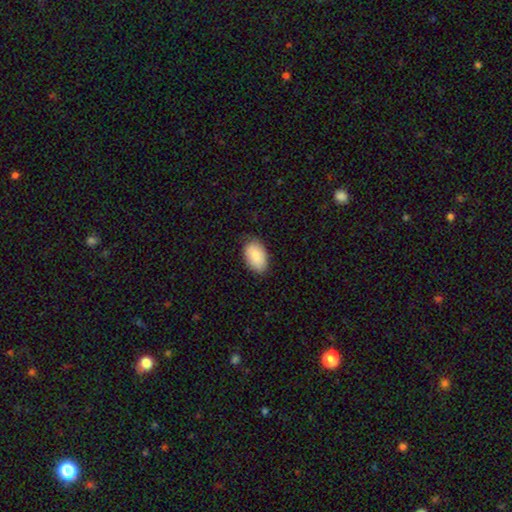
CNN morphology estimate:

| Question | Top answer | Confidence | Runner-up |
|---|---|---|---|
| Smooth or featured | smooth | 85% | featured or disk (9%) |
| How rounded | in between | 94% | round (5%) |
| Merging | none | 79% | minor disturbance (17%) |